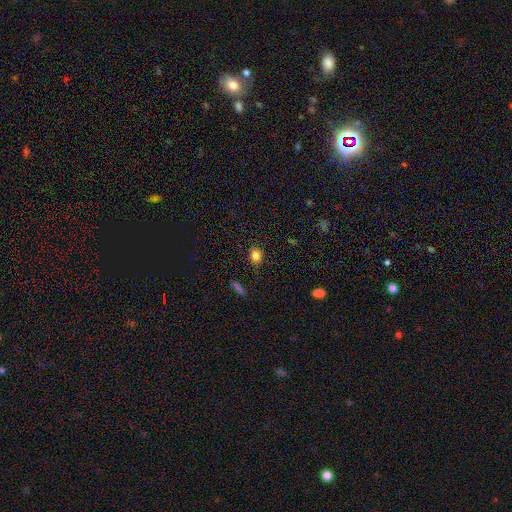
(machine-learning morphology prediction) smooth-or-featured: smooth: 82% | star or artifact: 12% | featured or disk: 6%
  how-rounded: round: 65% | in between: 34% | cigar-shaped: 2%
  merging: none: 86% | minor disturbance: 10% | major disturbance: 2% | merger: 1%